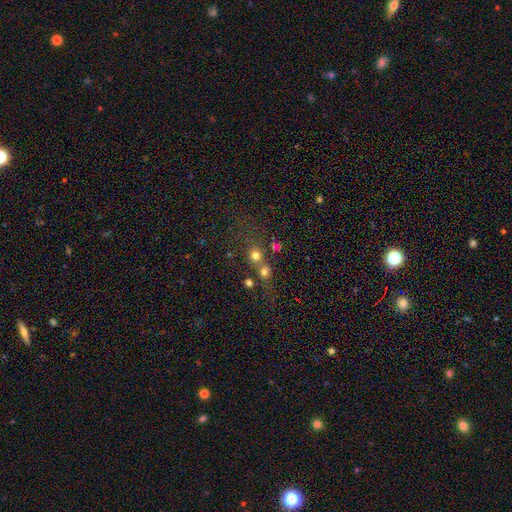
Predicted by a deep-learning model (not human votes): smooth 68%, star or artifact 20%, featured or disk 12%. Down the decision tree: how rounded — round (85%); merging — none (50%).